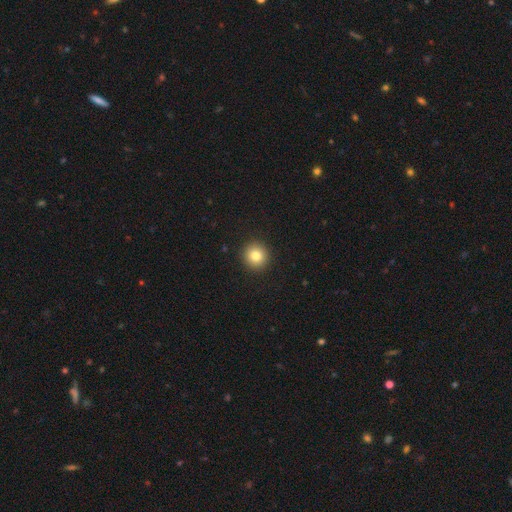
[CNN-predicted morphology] smooth 82%, star or artifact 11%, featured or disk 7%. Down the decision tree: how rounded — round (94%); merging — none (93%).